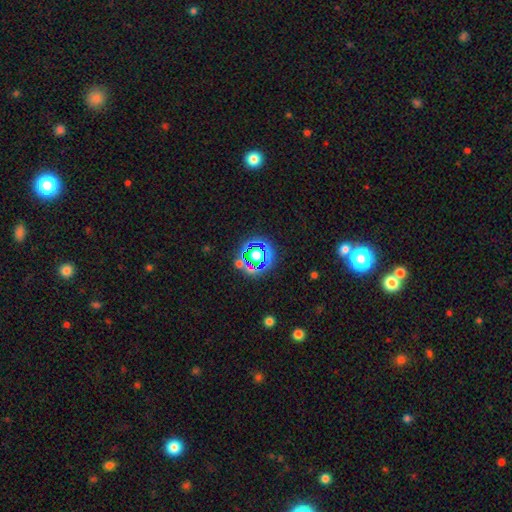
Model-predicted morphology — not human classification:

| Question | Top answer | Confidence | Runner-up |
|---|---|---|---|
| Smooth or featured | star or artifact | 48% | smooth (36%) |